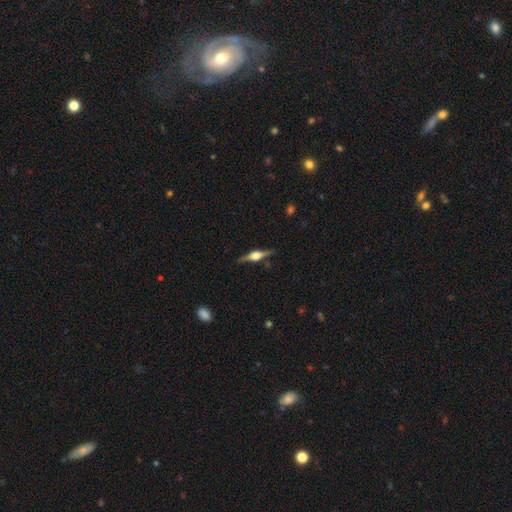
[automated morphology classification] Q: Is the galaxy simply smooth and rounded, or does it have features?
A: featured or disk — 80%.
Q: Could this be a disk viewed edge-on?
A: yes — 98%.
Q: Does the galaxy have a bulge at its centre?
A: rounded — 91%.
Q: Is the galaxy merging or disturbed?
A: none — 88%.